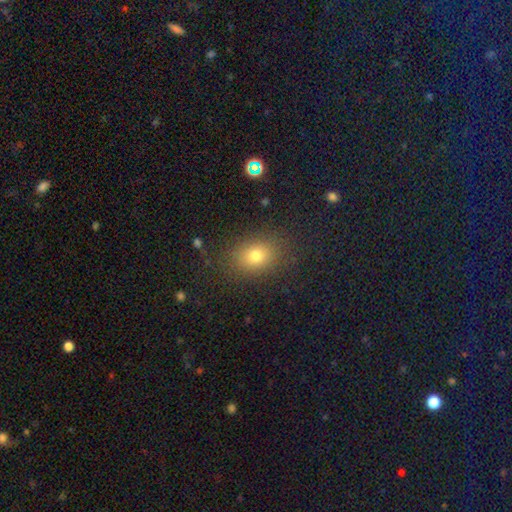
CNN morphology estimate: The model was most divided on "how rounded": in between: 57%, round: 41%, cigar-shaped: 1%. More confident: merging — none (84%); smooth or featured — smooth (76%).